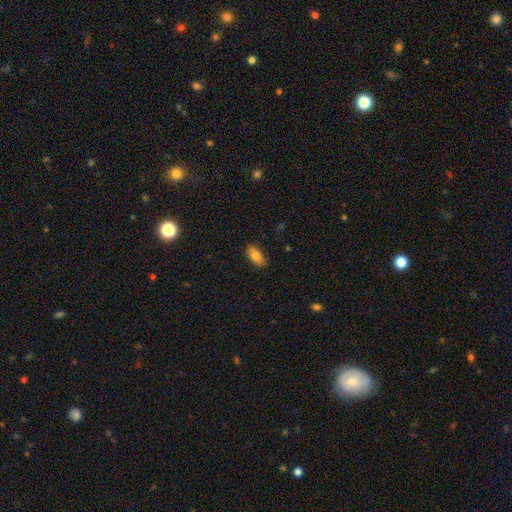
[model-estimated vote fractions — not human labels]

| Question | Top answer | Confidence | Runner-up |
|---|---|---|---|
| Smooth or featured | smooth | 80% | featured or disk (12%) |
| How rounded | in between | 90% | cigar-shaped (7%) |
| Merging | none | 85% | minor disturbance (12%) |